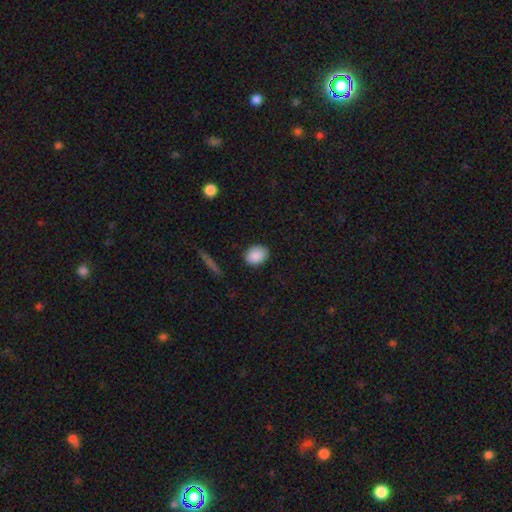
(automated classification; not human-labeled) A smooth galaxy with no disk features (88%) that is in between round and cigar-shaped (55%). Merging: none (86%).